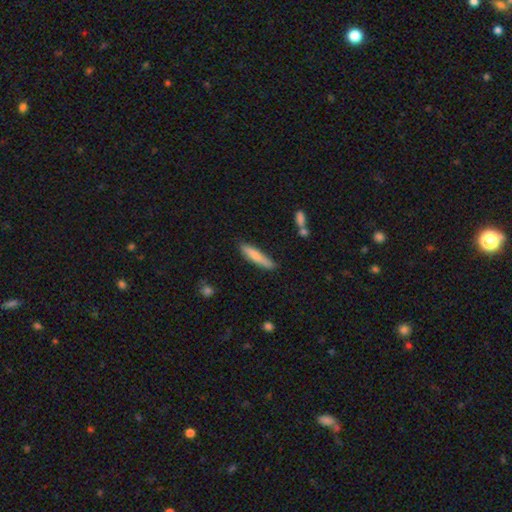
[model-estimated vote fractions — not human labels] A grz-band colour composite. It shows a smooth galaxy with no disk features (73%) that is cigar-shaped (86%). Merging: none (82%).